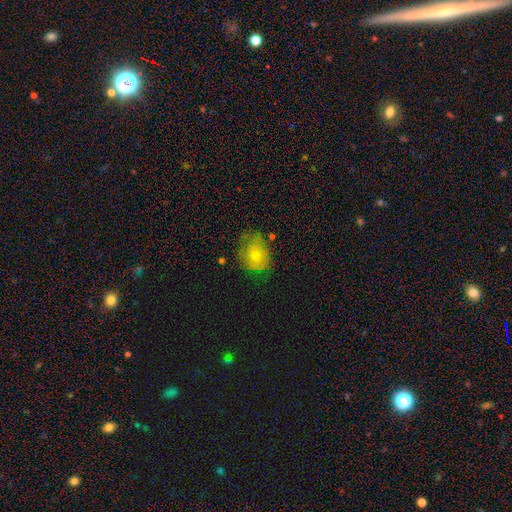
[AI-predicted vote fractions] Smooth or featured? smooth (53%)
How rounded? round (59%)
Merging? none (52%)